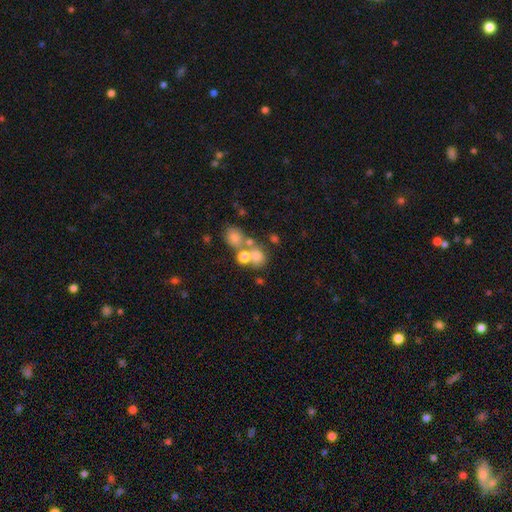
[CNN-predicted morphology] Q: Smooth or featured?
A: smooth (68%); runner-up: star or artifact (16%)
Q: How rounded?
A: round (68%); runner-up: in between (31%)
Q: Merging?
A: merger (46%); runner-up: none (37%)